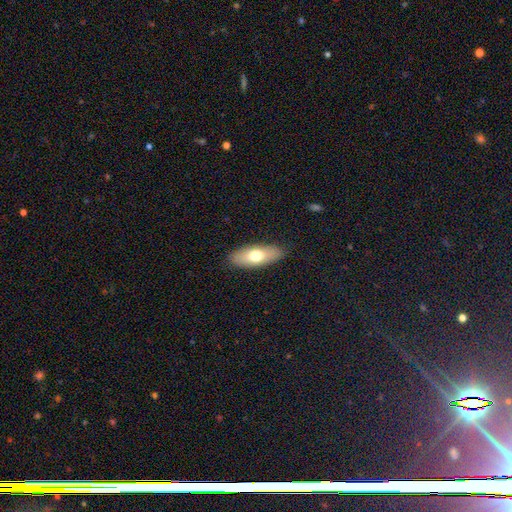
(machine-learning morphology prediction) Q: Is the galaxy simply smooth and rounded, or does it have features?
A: smooth — 68%.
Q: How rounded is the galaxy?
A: in between — 77%.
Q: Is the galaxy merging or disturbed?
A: none — 87%.